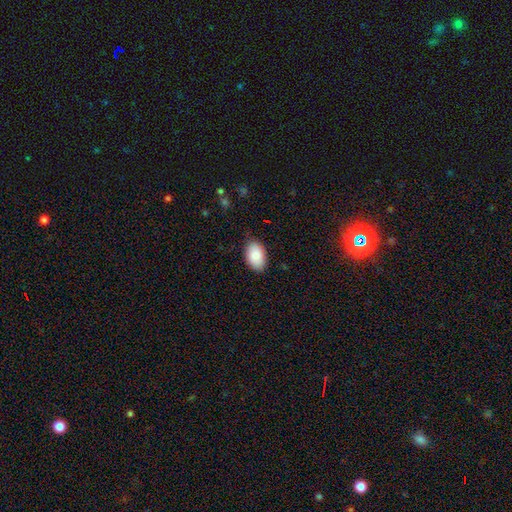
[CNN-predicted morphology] This is clearly a smooth galaxy (86%). How rounded: clearly in between (92%). Merging: clearly none (83%).